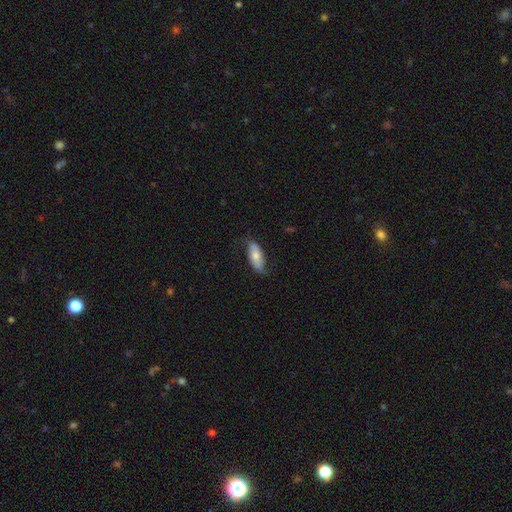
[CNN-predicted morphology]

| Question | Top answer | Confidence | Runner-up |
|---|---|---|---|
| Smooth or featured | smooth | 56% | featured or disk (37%) |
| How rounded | in between | 82% | cigar-shaped (15%) |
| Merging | none | 66% | minor disturbance (25%) |